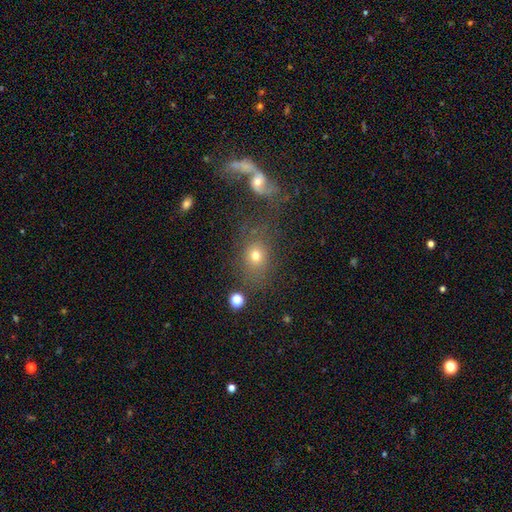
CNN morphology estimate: This appears to be a smooth galaxy with no disk features (69%) that is round (58%). Merging: none (61%).